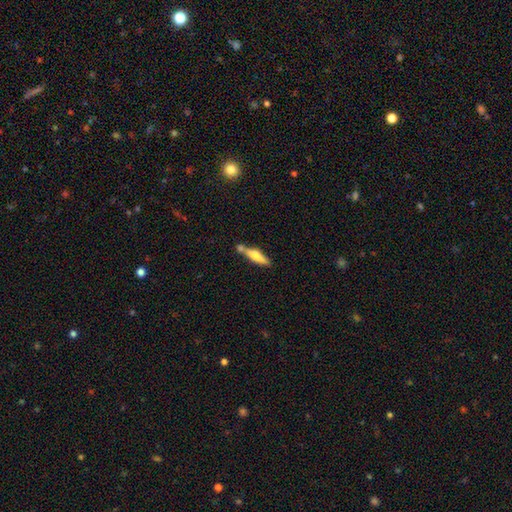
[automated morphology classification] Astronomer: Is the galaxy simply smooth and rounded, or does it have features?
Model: smooth — 65%.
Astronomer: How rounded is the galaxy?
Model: cigar-shaped — 71%.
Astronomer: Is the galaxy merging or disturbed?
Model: none — 52% (runner-up: merger, 27%).